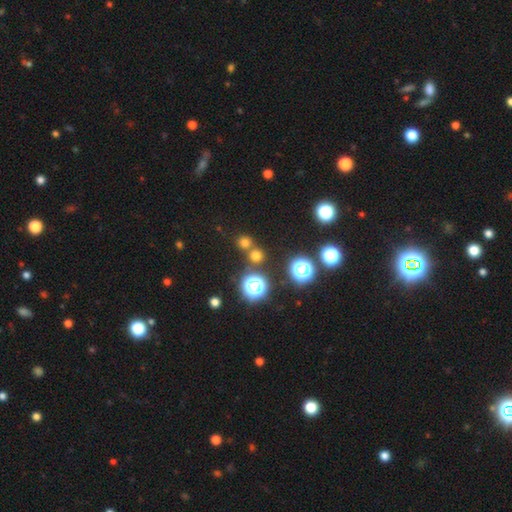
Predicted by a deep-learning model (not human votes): This appears to be a smooth galaxy with no disk features (64%) that is round (91%). Merging: none (71%).